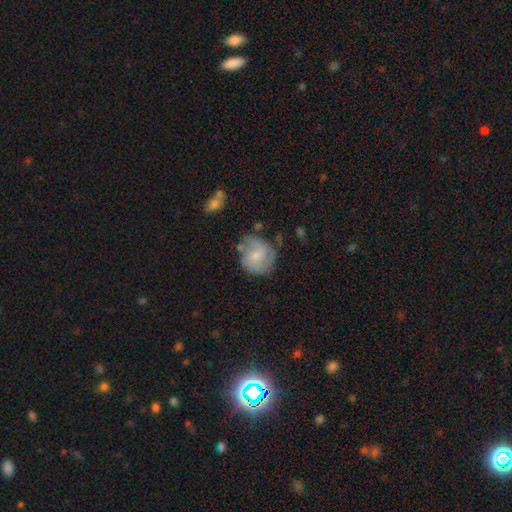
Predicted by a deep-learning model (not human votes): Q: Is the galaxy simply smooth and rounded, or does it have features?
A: smooth — 49%.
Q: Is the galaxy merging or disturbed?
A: none — 55%.